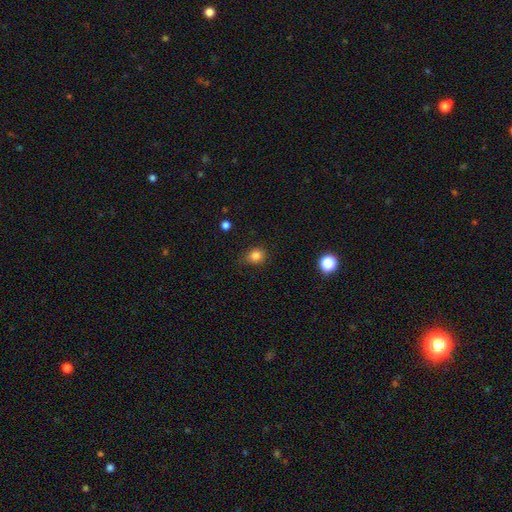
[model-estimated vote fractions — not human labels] Smooth or featured? Predicted: smooth (p=0.83). How rounded? Predicted: round (p=0.72). Merging? Predicted: none (p=0.79).